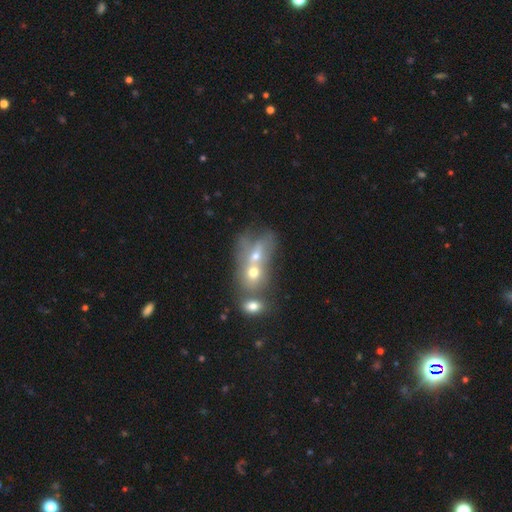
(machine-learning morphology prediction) smooth 52%, featured or disk 33%, star or artifact 15%. Down the decision tree: how rounded — in between (57%); merging — merger (72%).